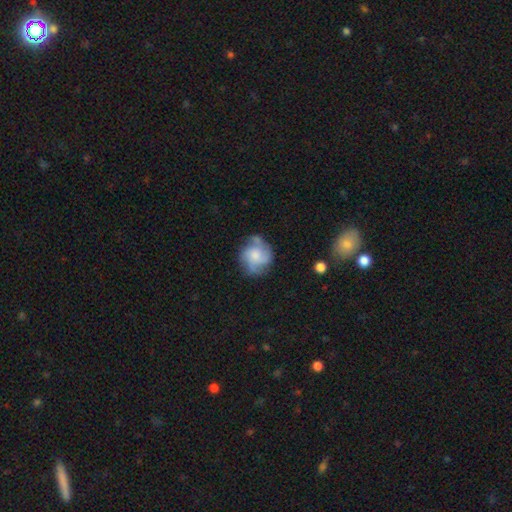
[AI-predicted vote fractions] Q: Smooth or featured?
A: featured or disk (52%); runner-up: smooth (40%)
Q: Edge-on disk?
A: no (98%); runner-up: yes (2%)
Q: Bar?
A: no (77%); runner-up: weak (20%)
Q: Spiral arms?
A: yes (80%); runner-up: no (20%)
Q: Bulge size?
A: moderate (40%); runner-up: small (30%)
Q: Merging?
A: none (59%); runner-up: minor disturbance (24%)